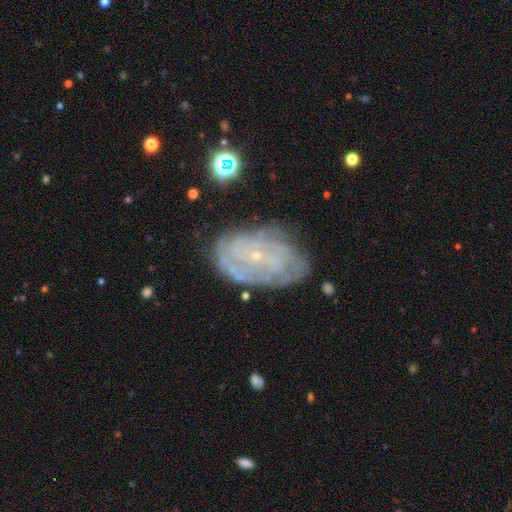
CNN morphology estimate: Overall: featured or disk (79%). Edge-on disk: no (96%). Bar: no (76%). Spiral arms: yes (91%). Spiral arm count: can't tell (43%; 4 16%). Spiral winding: tight (74%). Bulge size: small (88%). Merging: none (73%).